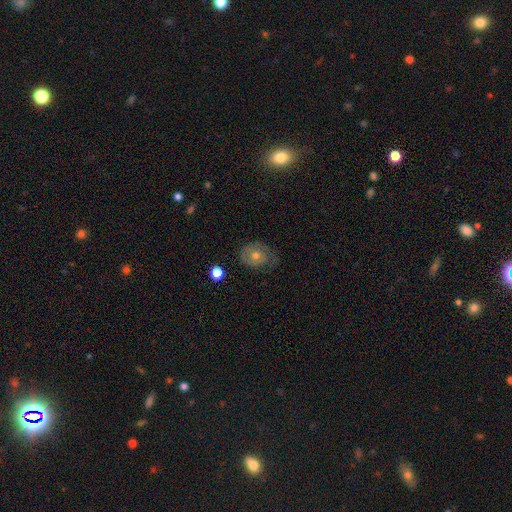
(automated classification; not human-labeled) Smooth or featured: featured or disk — 50% (smooth — 39%)
Edge-on disk: no — 95% (yes — 5%)
Merging: none — 63% (minor disturbance — 25%)